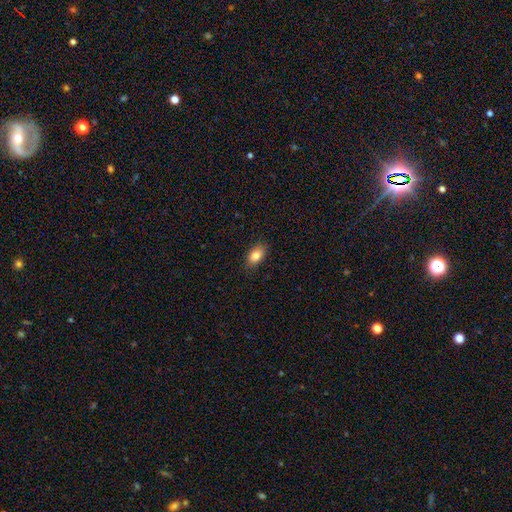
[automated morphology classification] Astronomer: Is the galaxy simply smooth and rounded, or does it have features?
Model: smooth — 83%.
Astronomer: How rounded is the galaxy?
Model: in between — 89%.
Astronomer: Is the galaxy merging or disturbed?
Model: none — 86%.